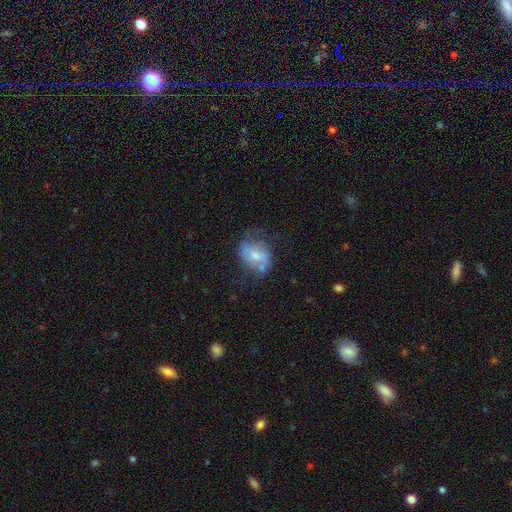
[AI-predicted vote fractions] smooth_or_featured: featured or disk (p=0.50) [alt: smooth p=0.42]
merging: none (p=0.46) [alt: minor disturbance p=0.27]